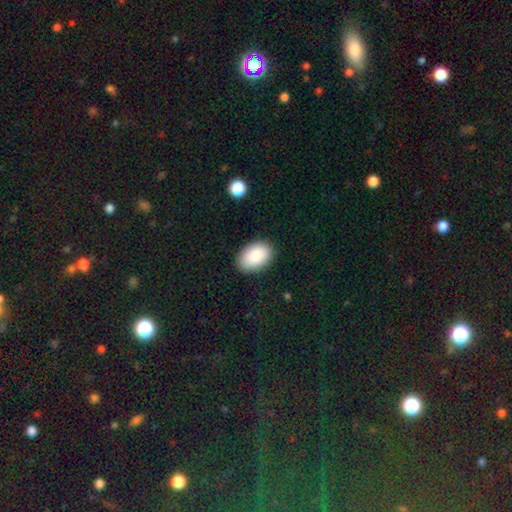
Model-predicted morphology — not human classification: A smooth galaxy with no disk features (88%) that is in between round and cigar-shaped (90%).

Vote fractions:
- Smooth or featured? smooth: 88% / star or artifact: 7% / featured or disk: 5%
- How rounded? in between: 90% / round: 9% / cigar-shaped: 1%
- Merging? none: 88% / minor disturbance: 9% / major disturbance: 2% / merger: 1%